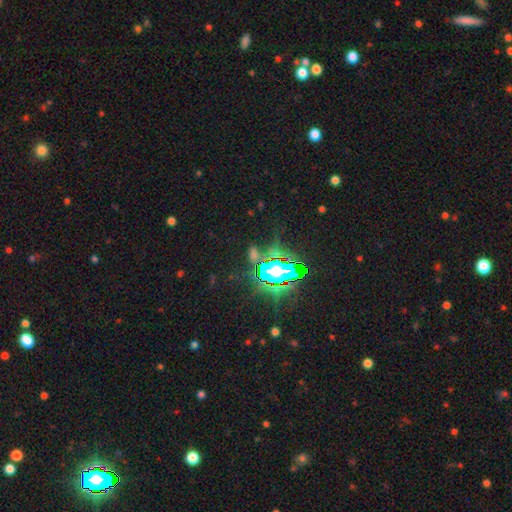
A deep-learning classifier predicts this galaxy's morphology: The model was most divided on "smooth or featured": star or artifact: 76%, smooth: 14%, featured or disk: 11%.